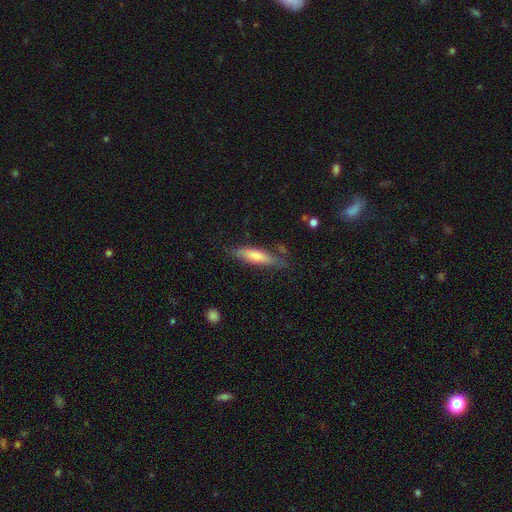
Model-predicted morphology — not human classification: smooth-or-featured: smooth: 55% | featured or disk: 37% | star or artifact: 8%
  how-rounded: cigar-shaped: 80% | in between: 18% | round: 2%
  merging: none: 74% | minor disturbance: 19% | major disturbance: 4% | merger: 2%